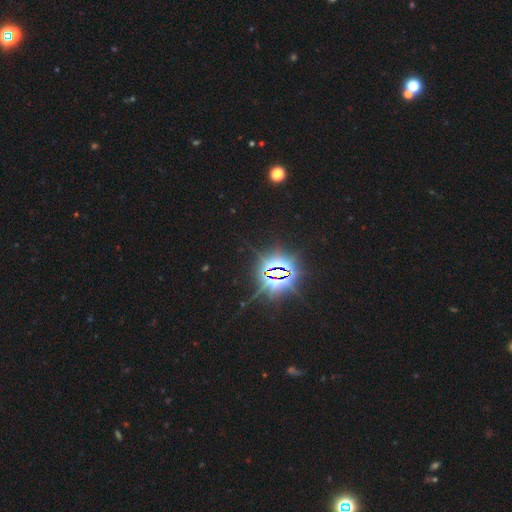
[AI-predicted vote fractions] smooth_or_featured: star or artifact (p=0.86) [alt: smooth p=0.08]